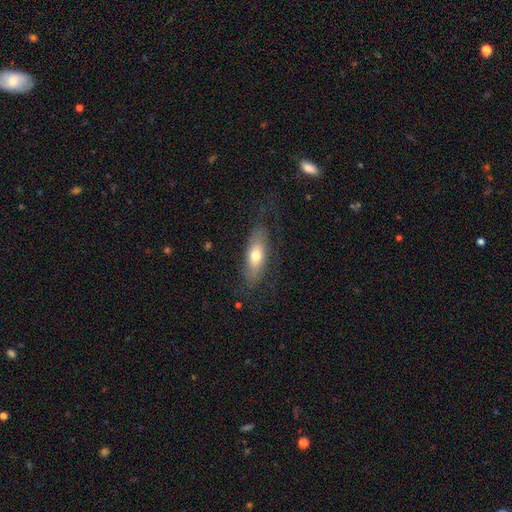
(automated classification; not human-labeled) This appears to be a smooth galaxy with no disk features (65%) that is in between round and cigar-shaped (71%). Merging: none (72%).